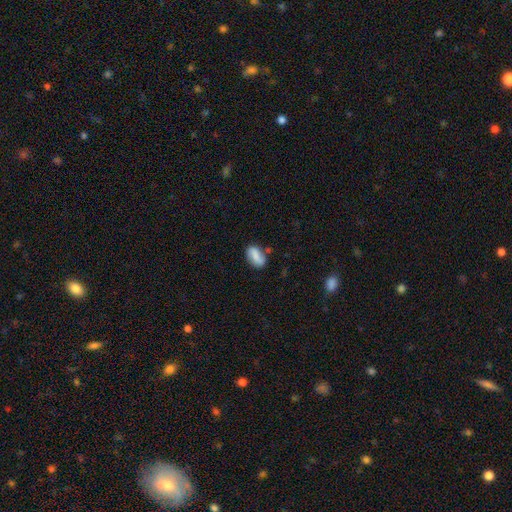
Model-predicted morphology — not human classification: A smooth galaxy with no disk features (72%) that is in between round and cigar-shaped (89%). Merging: none (68%).